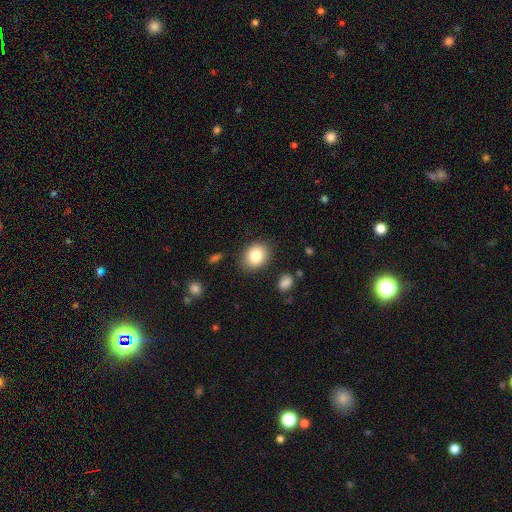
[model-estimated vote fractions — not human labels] smooth-or-featured: smooth: 83% | star or artifact: 9% | featured or disk: 9%
  how-rounded: round: 50% | in between: 49% | cigar-shaped: 1%
  merging: none: 85% | minor disturbance: 10% | major disturbance: 3% | merger: 2%